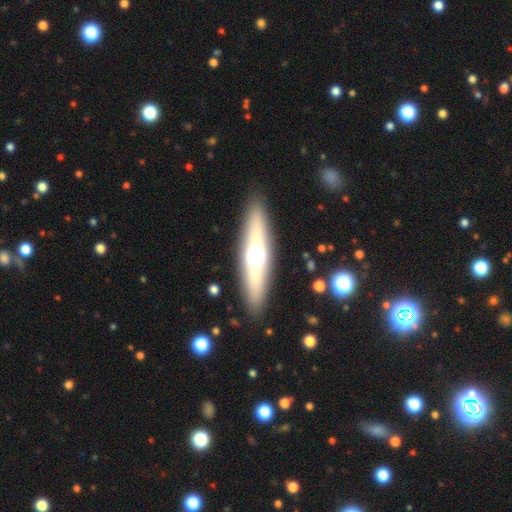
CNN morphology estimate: A featured or disk galaxy (53%) viewed edge-on (84%). Merging: none (89%).